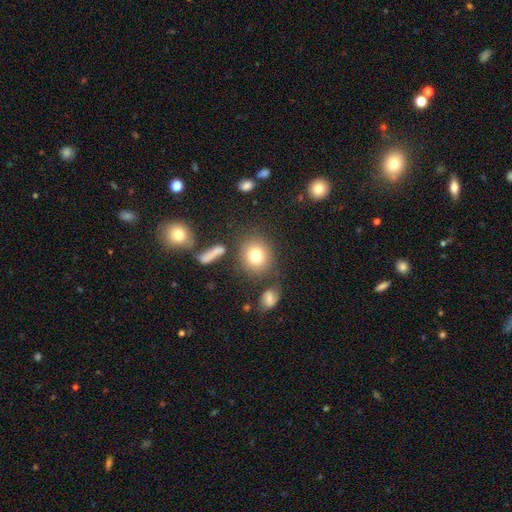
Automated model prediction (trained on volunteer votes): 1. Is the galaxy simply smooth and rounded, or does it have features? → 78% smooth, 11% star or artifact, 10% featured or disk.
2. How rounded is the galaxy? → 80% round, 18% in between, 1% cigar-shaped.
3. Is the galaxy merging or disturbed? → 78% none, 11% minor disturbance, 7% merger, 5% major disturbance.